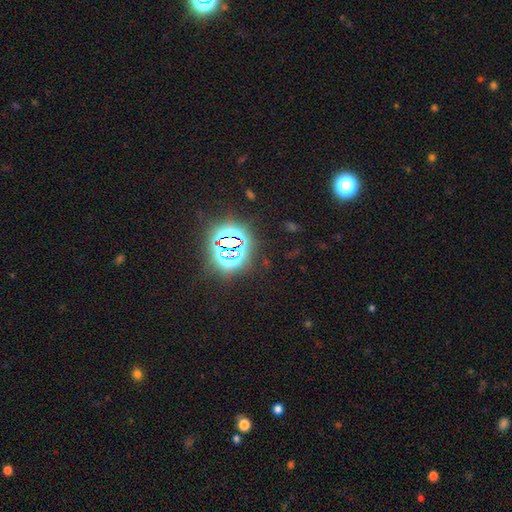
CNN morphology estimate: This appears to be a star or artifact, not a galaxy (79%).